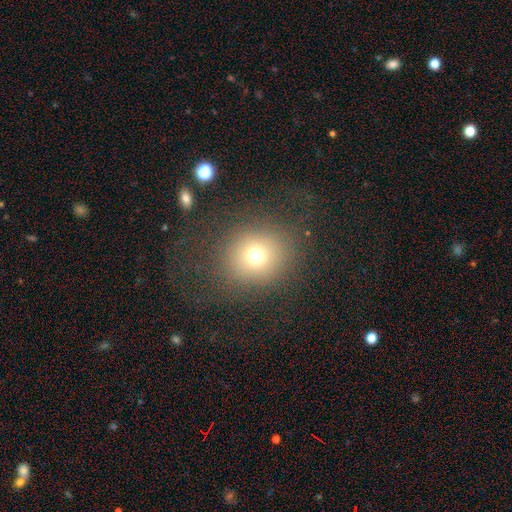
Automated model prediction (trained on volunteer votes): smooth-or-featured: smooth: 71% | star or artifact: 18% | featured or disk: 11%
  how-rounded: round: 81% | in between: 18% | cigar-shaped: 1%
  merging: none: 81% | minor disturbance: 9% | major disturbance: 8% | merger: 2%